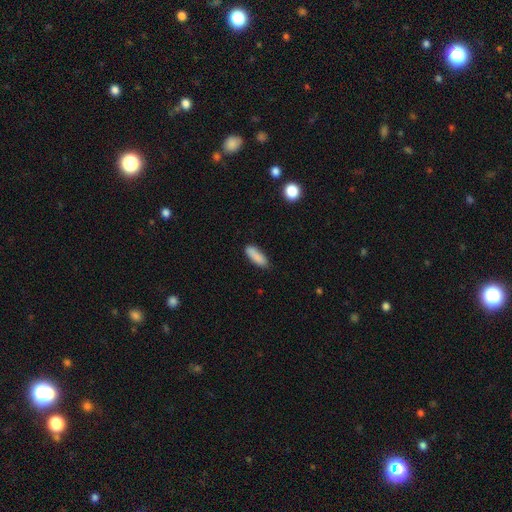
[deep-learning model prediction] This appears to be a smooth galaxy with no disk features (87%) that is in between round and cigar-shaped (60%). Merging: none (81%).